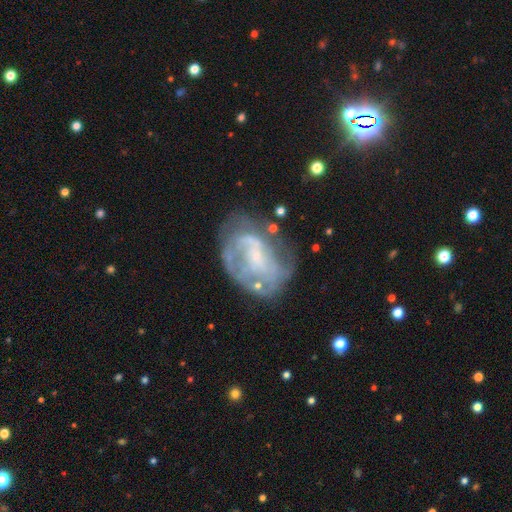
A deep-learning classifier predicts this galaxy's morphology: smooth_or_featured: featured or disk (p=0.75) [alt: smooth p=0.17]
disk_edge_on: no (p=0.97) [alt: yes p=0.03]
bar: no (p=0.57) [alt: weak p=0.33]
has_spiral_arms: yes (p=0.70) [alt: no p=0.30]
spiral_winding: tight (p=0.38) [tied with: medium p=0.38]
spiral_arm_count: can't tell (p=0.41) [alt: 2 p=0.34]
bulge_size: small (p=0.71) [alt: moderate p=0.14]
merging: none (p=0.50) [alt: minor disturbance p=0.24]